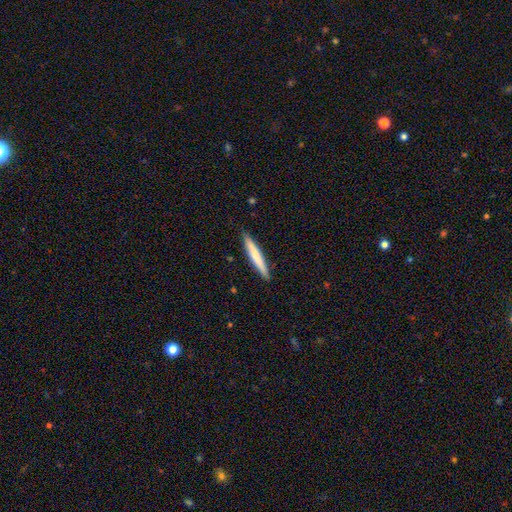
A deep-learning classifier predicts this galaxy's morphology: Smooth or featured? smooth (70%)
How rounded? cigar-shaped (95%)
Merging? none (90%)